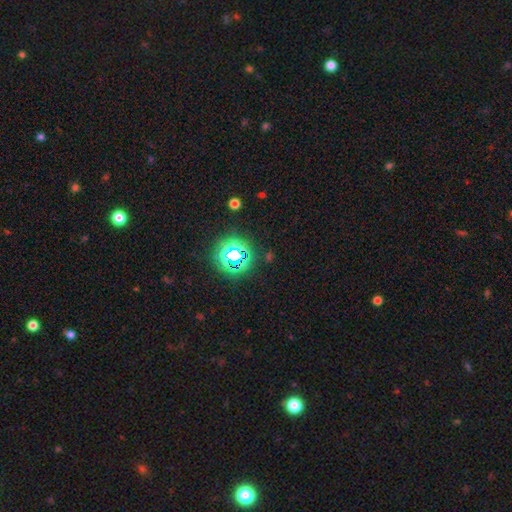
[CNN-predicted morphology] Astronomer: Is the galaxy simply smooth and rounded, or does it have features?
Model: star or artifact — 72%.